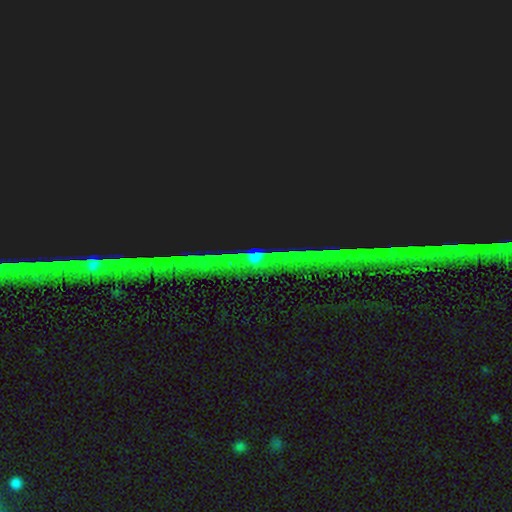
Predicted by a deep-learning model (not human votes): smooth_or_featured: star or artifact (p=0.55) [alt: featured or disk p=0.30]